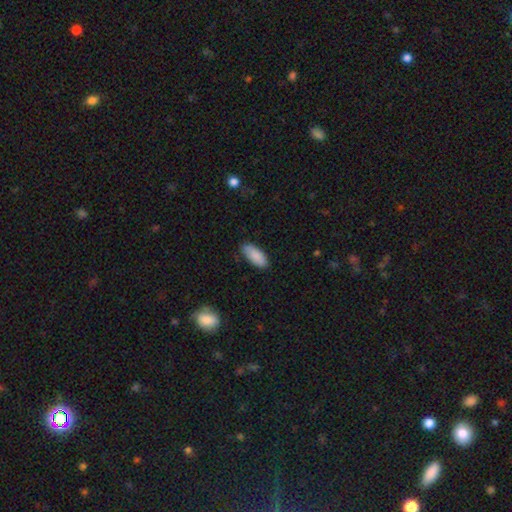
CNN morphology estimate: This is clearly a smooth galaxy (88%). How rounded: clearly in between (84%). Merging: clearly none (82%).